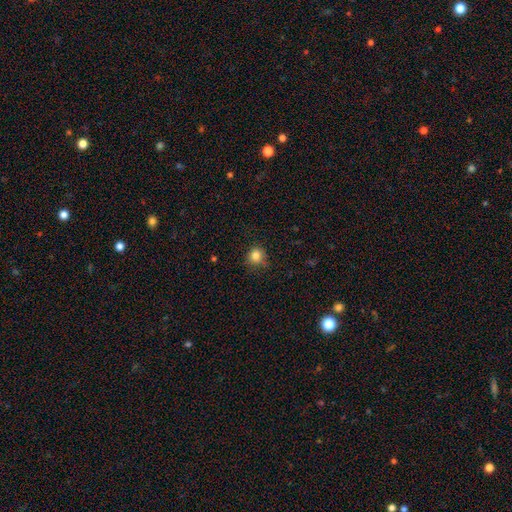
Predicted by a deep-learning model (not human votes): Morphology: type=smooth (83%); roundness=round (87%); merging=none (76%).